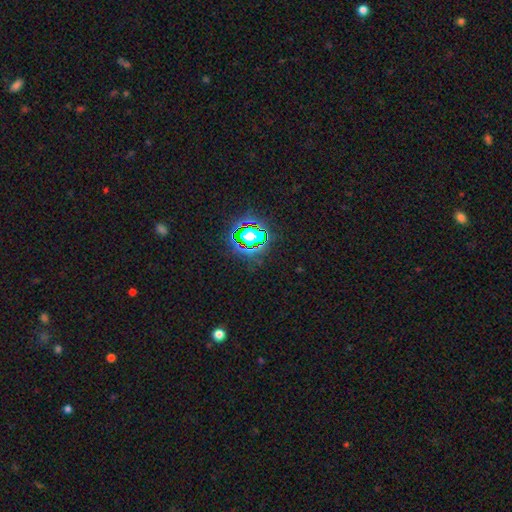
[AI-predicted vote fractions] smooth-or-featured: star or artifact: 81% | smooth: 12% | featured or disk: 7%